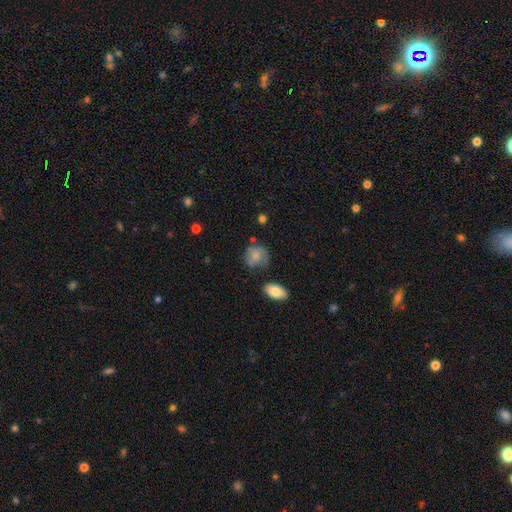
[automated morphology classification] type=smooth (77%); roundness=round (70%); merging=none (59%).